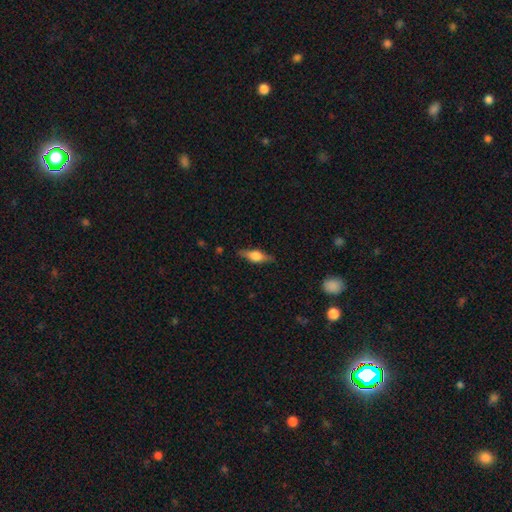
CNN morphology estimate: Smooth or featured: featured or disk — 56% (smooth — 37%)
Edge-on disk: yes — 94% (no — 6%)
Edge-on bulge: rounded — 87% (boxy — 11%)
Merging: none — 85% (minor disturbance — 11%)